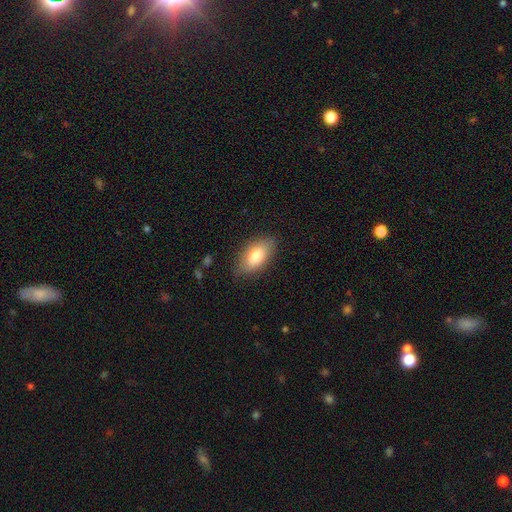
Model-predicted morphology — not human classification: Overall: smooth (79%). How rounded: in between (91%). Merging: none (81%).